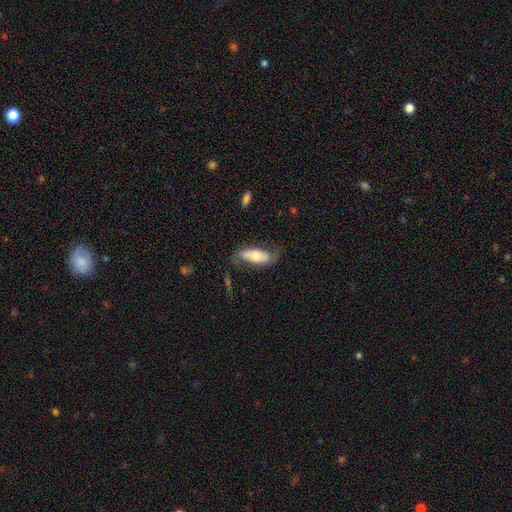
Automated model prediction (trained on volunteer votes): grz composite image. It shows a featured or disk galaxy (52%). Merging: none (59%).